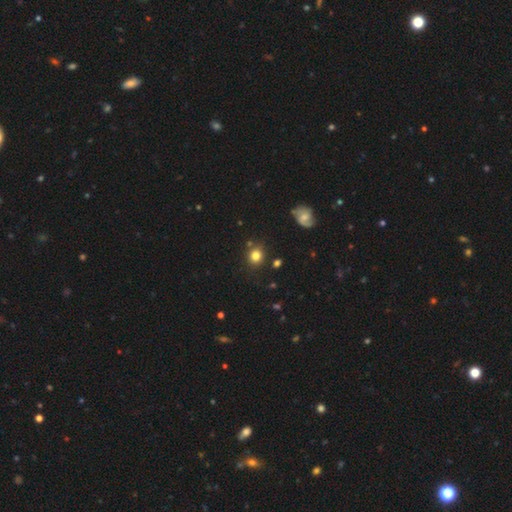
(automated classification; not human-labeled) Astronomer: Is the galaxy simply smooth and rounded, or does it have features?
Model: smooth — 79%.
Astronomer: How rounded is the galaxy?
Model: round — 84%.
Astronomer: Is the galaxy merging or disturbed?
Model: none — 81%.